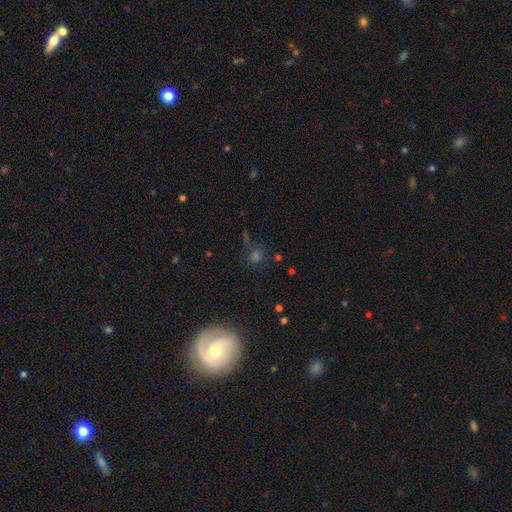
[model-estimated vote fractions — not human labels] Smooth or featured: smooth — 41% (star or artifact — 37%)
Merging: none — 68% (minor disturbance — 14%)